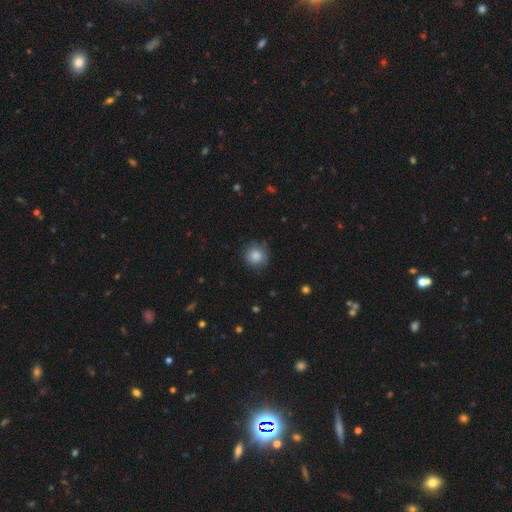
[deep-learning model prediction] smooth_or_featured: smooth (p=0.84) [alt: star or artifact p=0.09]
how_rounded: round (p=0.93) [alt: in between p=0.06]
merging: none (p=0.80) [alt: minor disturbance p=0.15]